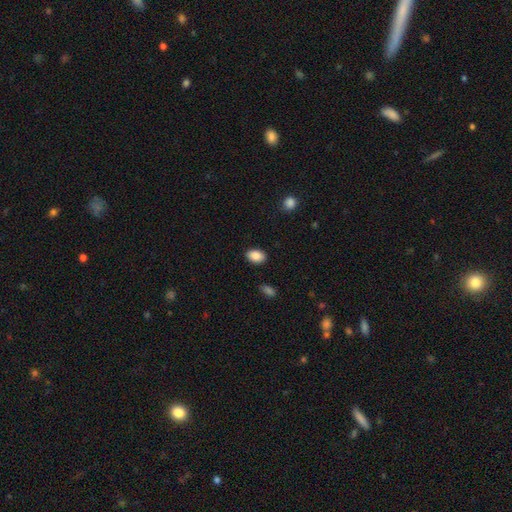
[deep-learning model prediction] Smooth or featured?
  - smooth: 89% *
  - star or artifact: 7%
  - featured or disk: 4%
How rounded?
  - in between: 85% *
  - round: 13%
  - cigar-shaped: 1%
Merging?
  - none: 87% *
  - minor disturbance: 9%
  - major disturbance: 2%
  - merger: 1%